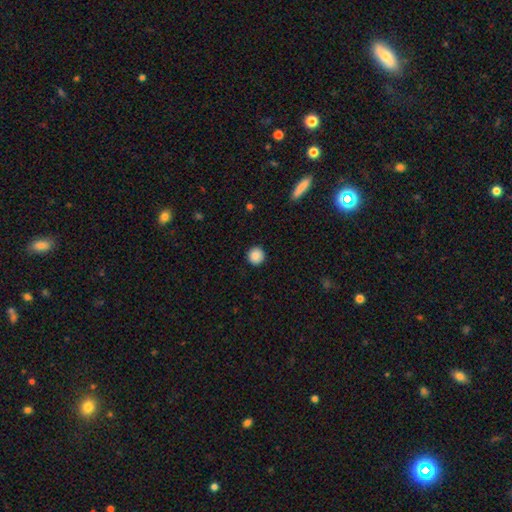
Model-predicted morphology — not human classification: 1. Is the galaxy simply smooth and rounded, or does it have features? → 88% smooth, 9% star or artifact, 3% featured or disk.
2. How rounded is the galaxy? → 94% round, 5% in between, 1% cigar-shaped.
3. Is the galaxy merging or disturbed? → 92% none, 6% minor disturbance, 2% major disturbance, 1% merger.